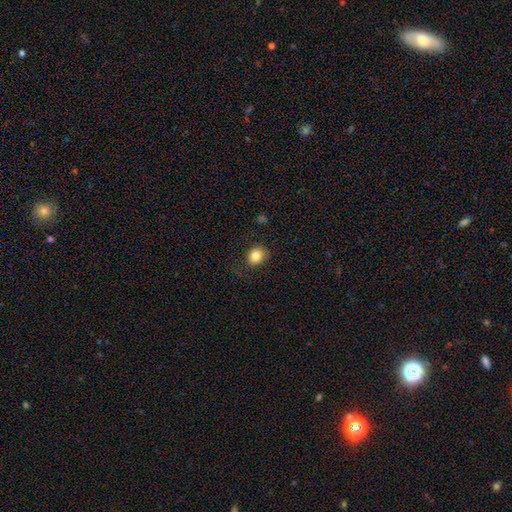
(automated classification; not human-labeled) Smooth or featured? Predicted: smooth (p=0.83). How rounded? Predicted: round (p=0.56). Merging? Predicted: none (p=0.83).